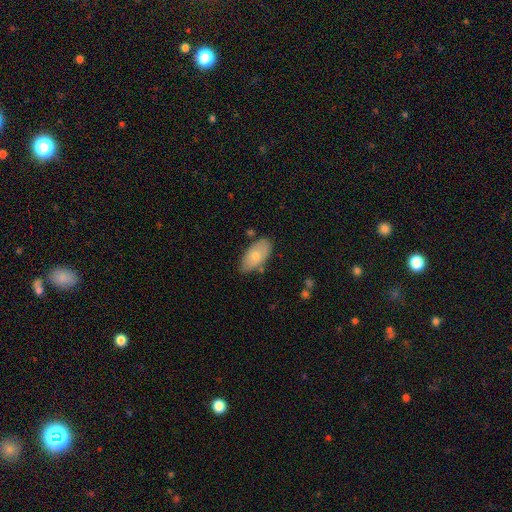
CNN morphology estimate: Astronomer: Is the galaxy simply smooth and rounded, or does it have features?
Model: smooth — 69%.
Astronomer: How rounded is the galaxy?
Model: in between — 94%.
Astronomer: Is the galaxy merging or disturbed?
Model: none — 70%.